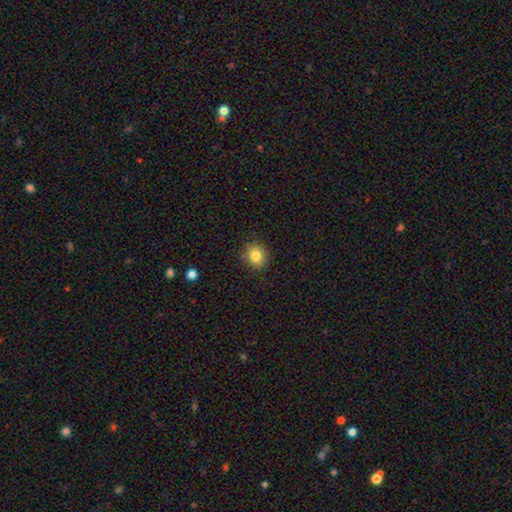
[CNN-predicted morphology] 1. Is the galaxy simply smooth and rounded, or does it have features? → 83% smooth, 10% star or artifact, 7% featured or disk.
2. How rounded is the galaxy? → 68% round, 31% in between, 1% cigar-shaped.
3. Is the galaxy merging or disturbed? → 86% none, 10% minor disturbance, 2% major disturbance, 1% merger.